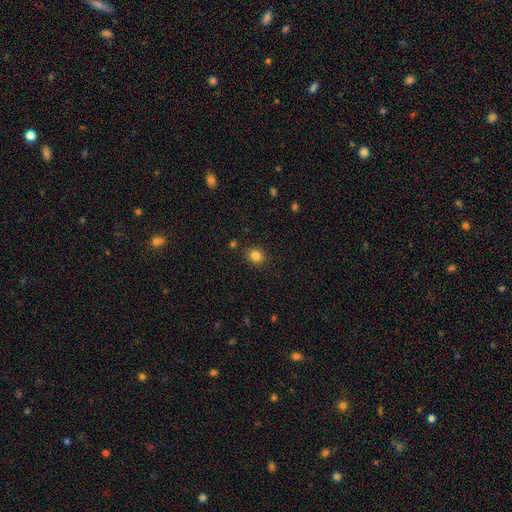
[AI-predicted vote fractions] Smooth or featured? smooth (83%)
How rounded? round (80%)
Merging? none (89%)